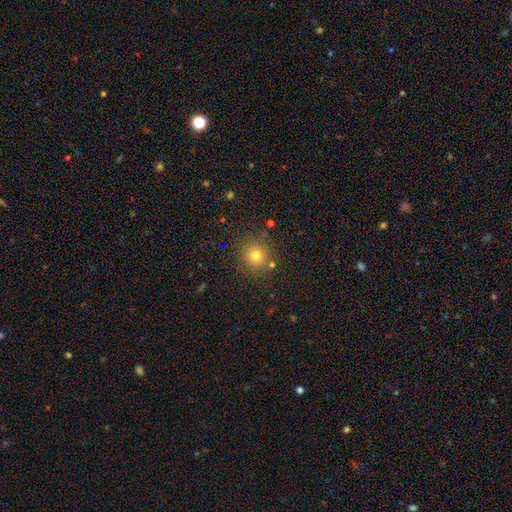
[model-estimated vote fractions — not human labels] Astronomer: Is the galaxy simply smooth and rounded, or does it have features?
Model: smooth — 76%.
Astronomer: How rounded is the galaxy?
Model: round — 91%.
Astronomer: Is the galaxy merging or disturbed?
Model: none — 84%.